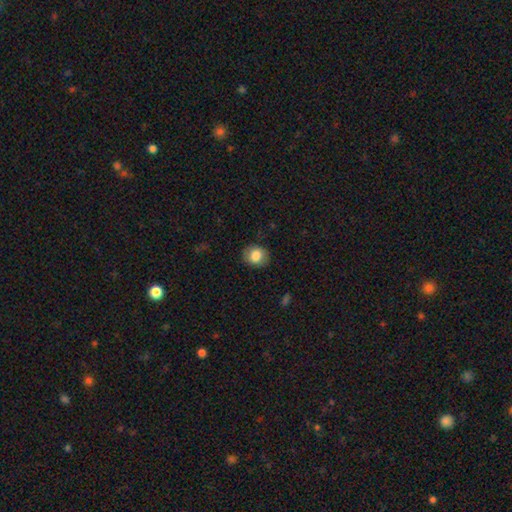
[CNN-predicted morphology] Smooth or featured? Predicted: smooth (p=0.83). How rounded? Predicted: round (p=0.65). Merging? Predicted: none (p=0.85).